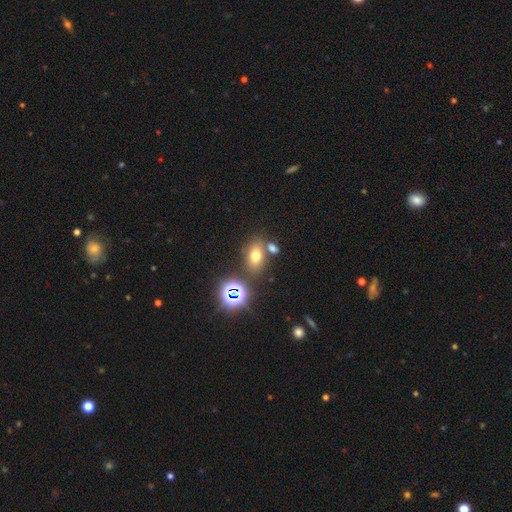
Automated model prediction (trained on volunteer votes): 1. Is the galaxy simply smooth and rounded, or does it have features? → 65% smooth, 22% star or artifact, 13% featured or disk.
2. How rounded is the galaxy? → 75% in between, 23% round, 3% cigar-shaped.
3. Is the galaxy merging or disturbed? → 66% none, 18% merger, 11% minor disturbance, 4% major disturbance.